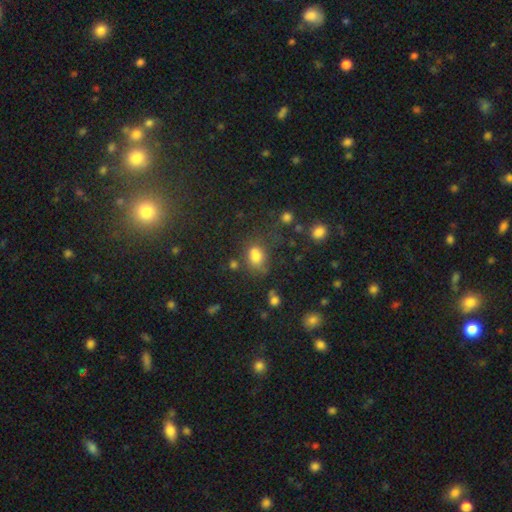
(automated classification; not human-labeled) Smooth or featured?
  - smooth: 76% *
  - star or artifact: 16%
  - featured or disk: 9%
How rounded?
  - in between: 66% *
  - round: 32%
  - cigar-shaped: 2%
Merging?
  - none: 55% *
  - minor disturbance: 22%
  - major disturbance: 12%
  - merger: 11%